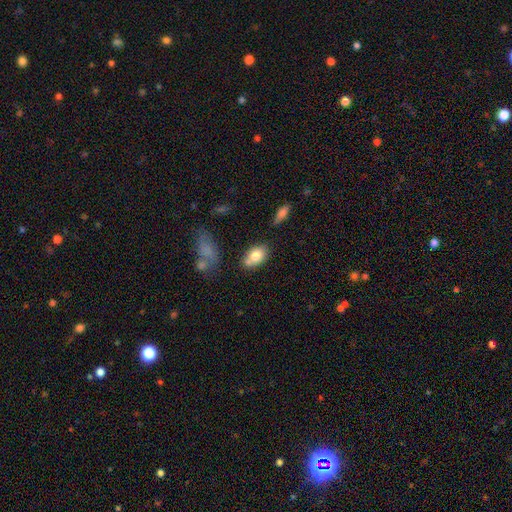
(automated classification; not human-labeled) A smooth galaxy with no disk features (78%) that is in between round and cigar-shaped (88%). Merging: none (57%).